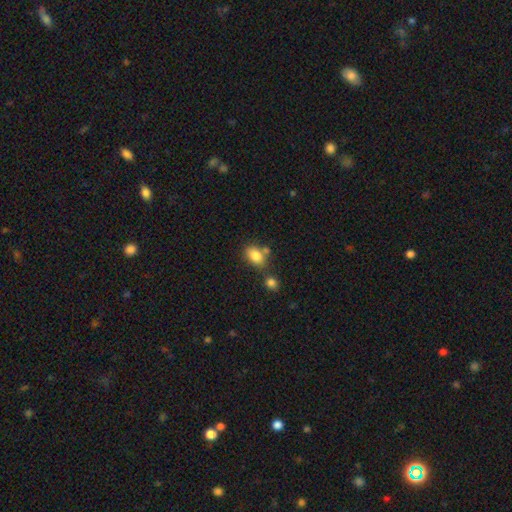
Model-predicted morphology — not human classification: A smooth galaxy with no disk features (83%) that is in between round and cigar-shaped (78%). Merging: none (57%).